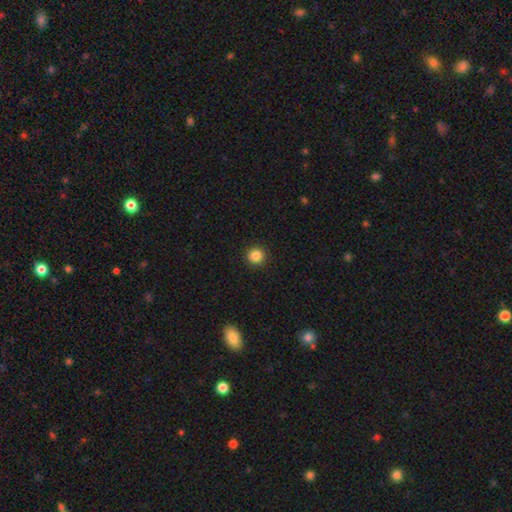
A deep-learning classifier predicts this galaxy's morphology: Smooth or featured: smooth — 86% (star or artifact — 11%)
How rounded: round — 95% (in between — 4%)
Merging: none — 93% (minor disturbance — 5%)